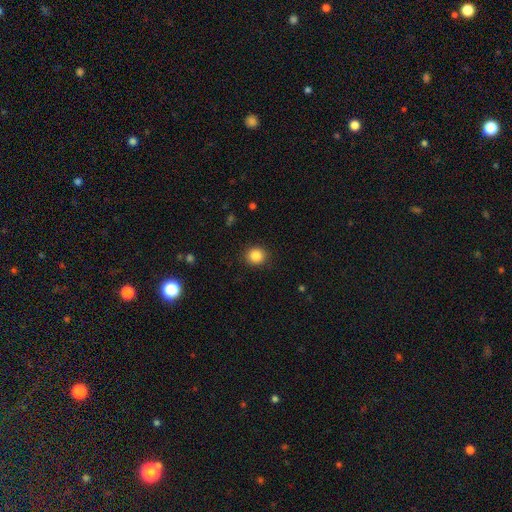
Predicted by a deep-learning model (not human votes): Smooth or featured? Predicted: smooth (p=0.86). How rounded? Predicted: round (p=0.85). Merging? Predicted: none (p=0.90).